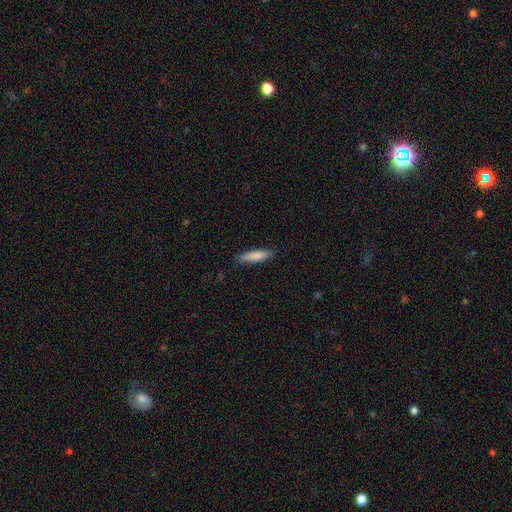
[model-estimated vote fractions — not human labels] A smooth galaxy with no disk features (83%) that is cigar-shaped (76%).

Vote fractions:
- Smooth or featured? smooth: 83% / featured or disk: 11% / star or artifact: 6%
- How rounded? cigar-shaped: 76% / in between: 23% / round: 1%
- Merging? none: 84% / minor disturbance: 12% / major disturbance: 2% / merger: 1%